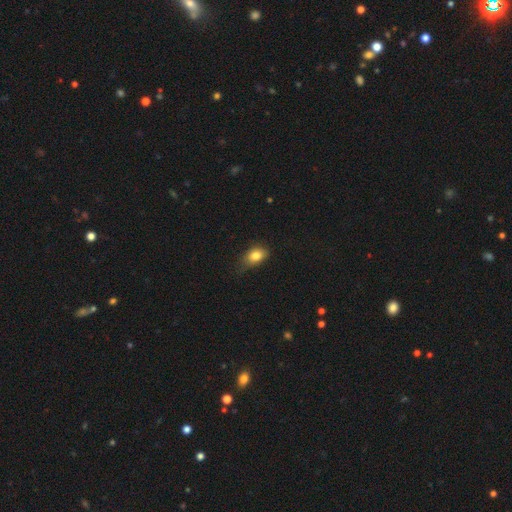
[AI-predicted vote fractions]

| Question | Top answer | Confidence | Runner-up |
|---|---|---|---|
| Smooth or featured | smooth | 82% | star or artifact (9%) |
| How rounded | in between | 79% | round (19%) |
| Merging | none | 57% | minor disturbance (34%) |